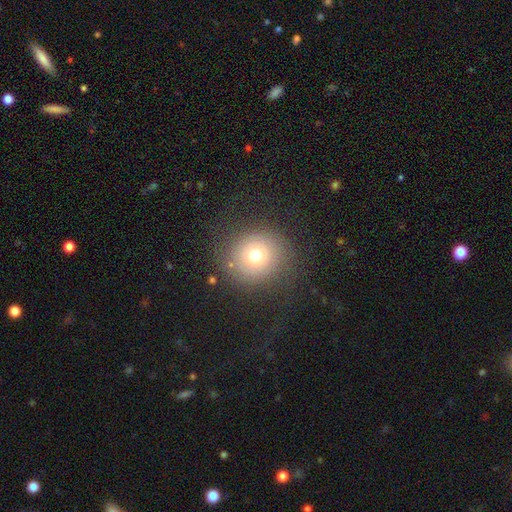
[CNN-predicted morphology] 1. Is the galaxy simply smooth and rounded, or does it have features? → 66% smooth, 19% featured or disk, 15% star or artifact.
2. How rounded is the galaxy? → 90% round, 9% in between, 1% cigar-shaped.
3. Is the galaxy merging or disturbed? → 77% none, 12% minor disturbance, 9% major disturbance, 2% merger.